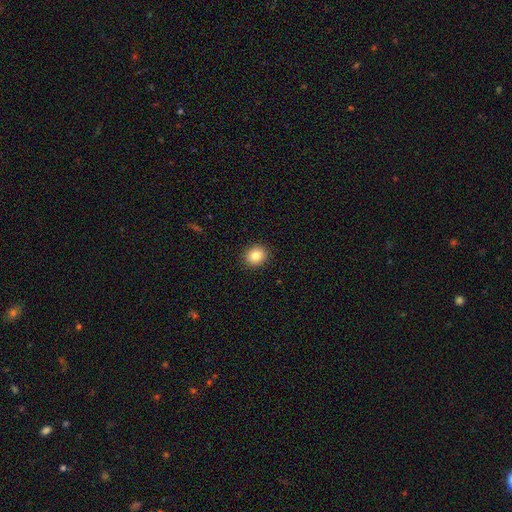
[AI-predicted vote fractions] Smooth or featured? Predicted: smooth (p=0.83). How rounded? Predicted: round (p=0.78). Merging? Predicted: none (p=0.92).